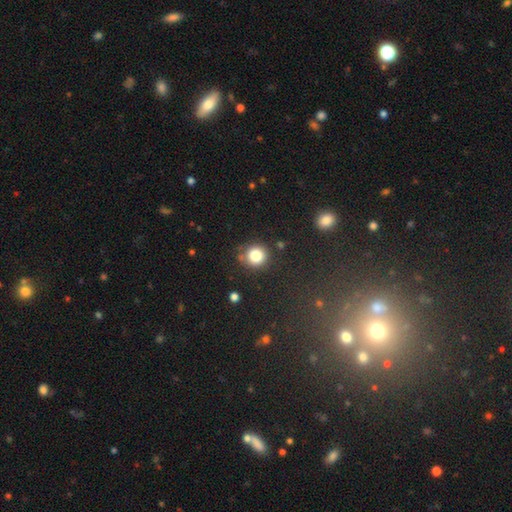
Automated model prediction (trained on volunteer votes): A smooth galaxy with no disk features (82%) that is round (91%). Merging: none (80%).